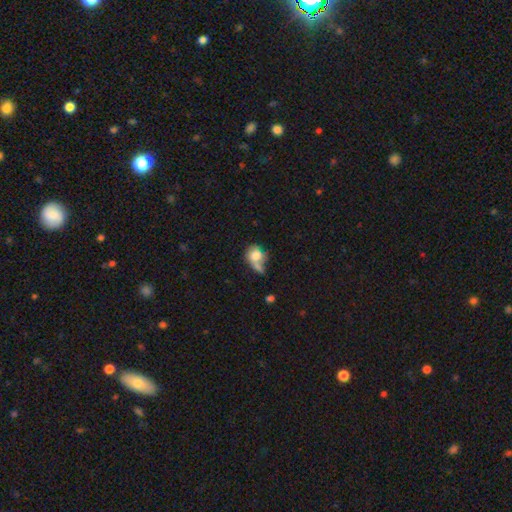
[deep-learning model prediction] smooth_or_featured: smooth (p=0.73) [alt: featured or disk p=0.18]
how_rounded: round (p=0.58) [alt: in between p=0.41]
merging: merger (p=0.34) [alt: none p=0.30]